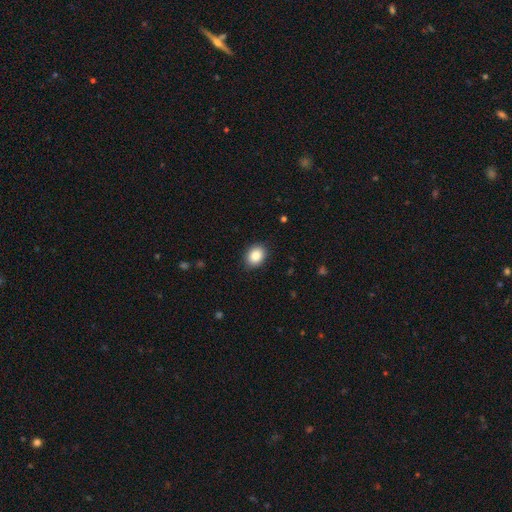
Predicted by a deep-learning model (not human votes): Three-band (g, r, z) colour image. It shows a smooth galaxy with no disk features (87%) that is in between round and cigar-shaped (58%). Merging: none (87%).